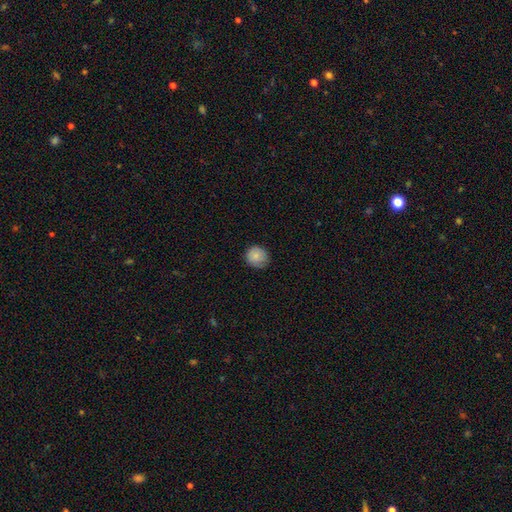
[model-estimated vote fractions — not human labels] Smooth or featured? smooth (81%)
How rounded? round (84%)
Merging? none (73%)